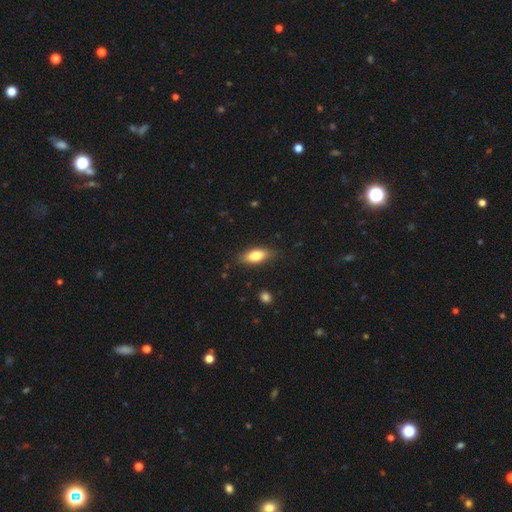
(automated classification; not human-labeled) Smooth or featured? smooth (77%)
How rounded? in between (76%)
Merging? none (84%)